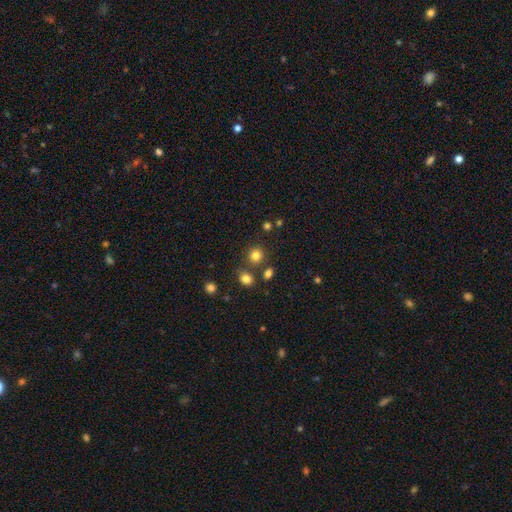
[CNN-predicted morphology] smooth 81%, star or artifact 14%, featured or disk 5%. Down the decision tree: how rounded — round (88%); merging — none (78%).